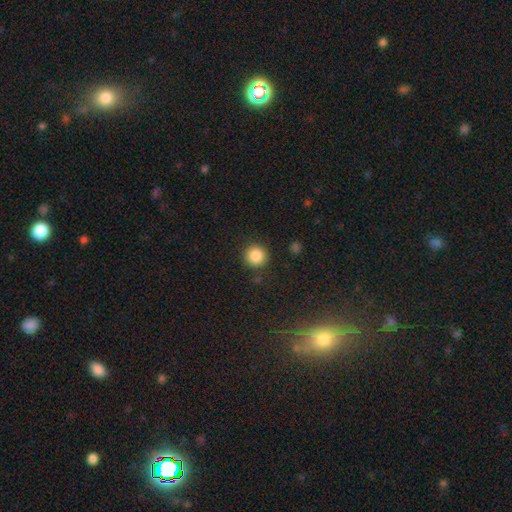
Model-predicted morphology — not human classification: smooth 86%, star or artifact 10%, featured or disk 4%. Down the decision tree: how rounded — round (94%); merging — none (89%).